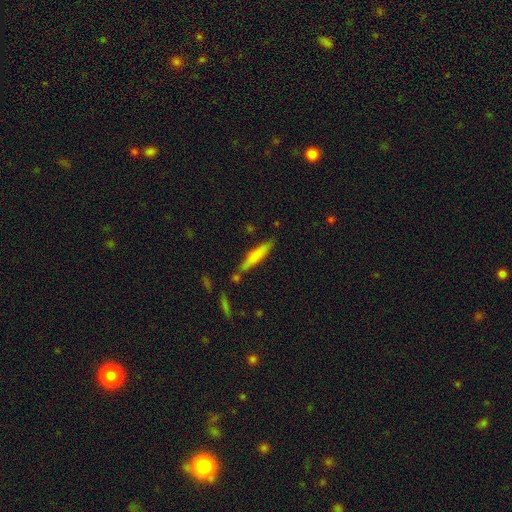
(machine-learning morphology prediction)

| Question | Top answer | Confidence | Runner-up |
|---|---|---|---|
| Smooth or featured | smooth | 71% | featured or disk (22%) |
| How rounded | cigar-shaped | 89% | in between (10%) |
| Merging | none | 74% | minor disturbance (15%) |